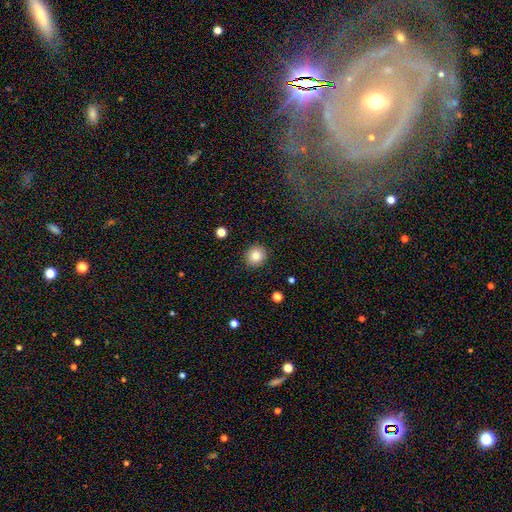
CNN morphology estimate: Smooth or featured: smooth — 83% (star or artifact — 10%)
How rounded: round — 88% (in between — 11%)
Merging: none — 91% (minor disturbance — 6%)